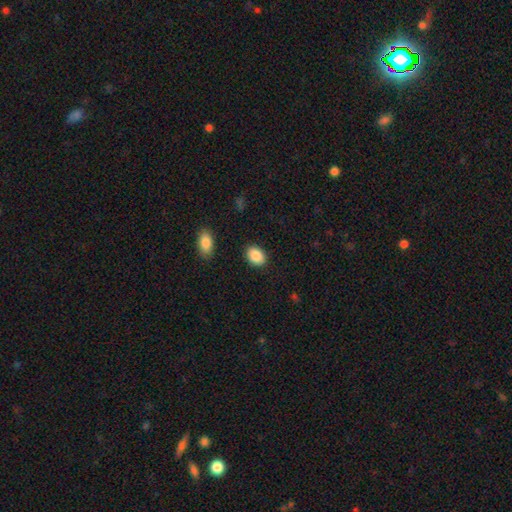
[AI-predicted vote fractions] smooth 89%, star or artifact 7%, featured or disk 4%. Down the decision tree: how rounded — in between (73%); merging — none (88%).